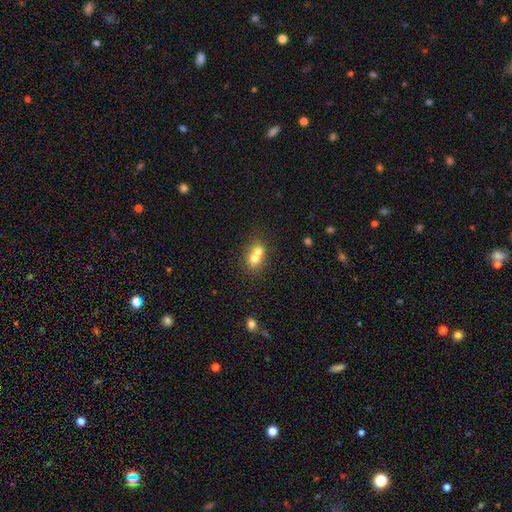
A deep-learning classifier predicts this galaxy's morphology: Overall: smooth (68%). How rounded: round (63%; in between 36%). Merging: merger (67%).